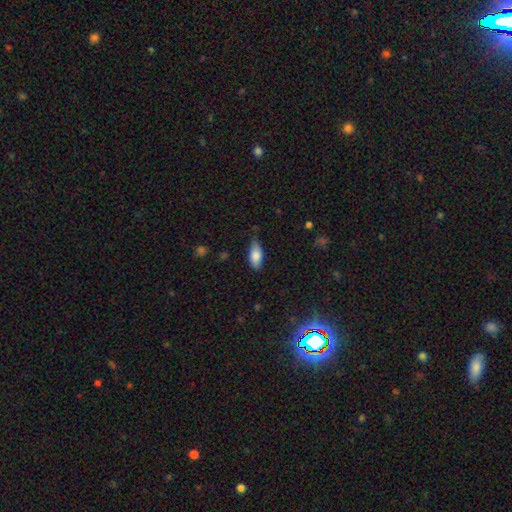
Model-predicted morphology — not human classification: smooth-or-featured: smooth: 81% | featured or disk: 12% | star or artifact: 6%
  how-rounded: in between: 84% | cigar-shaped: 13% | round: 2%
  merging: none: 70% | minor disturbance: 24% | major disturbance: 4% | merger: 2%